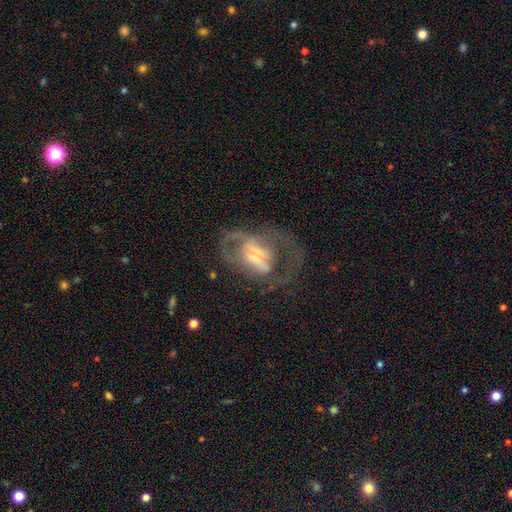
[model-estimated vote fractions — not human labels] Smooth or featured: featured or disk — 67% (smooth — 23%)
Edge-on disk: no — 94% (yes — 6%)
Bar: no — 47% (weak — 31%)
Spiral arms: no — 57% (yes — 43%)
Bulge size: moderate — 29% (small — 28%)
Merging: major disturbance — 46% (none — 34%)